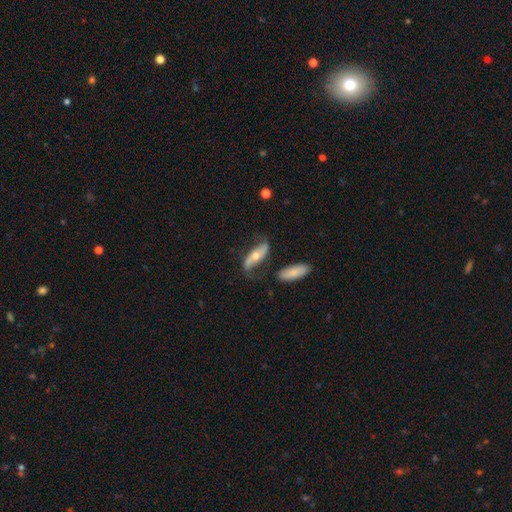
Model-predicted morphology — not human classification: type=featured or disk (61%); edge-on=no (75%); merging=none (61%).